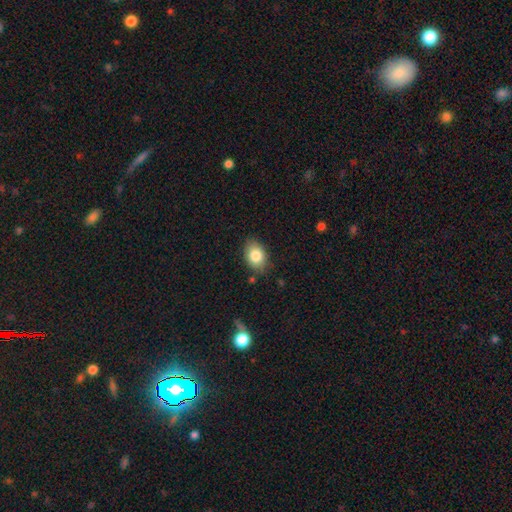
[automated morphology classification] Smooth or featured? Predicted: smooth (p=0.84). How rounded? Predicted: in between (p=0.78). Merging? Predicted: none (p=0.80).